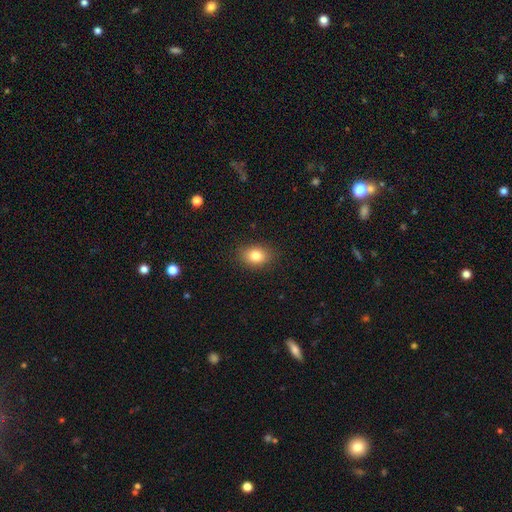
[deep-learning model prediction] Smooth or featured? smooth (83%)
How rounded? in between (68%)
Merging? none (87%)